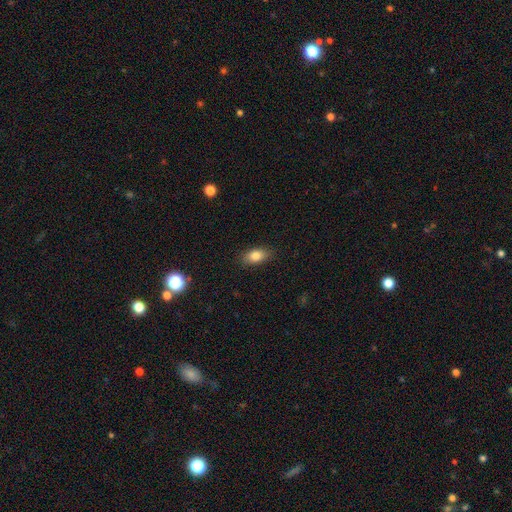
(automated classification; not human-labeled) smooth_or_featured: smooth (p=0.82) [alt: featured or disk p=0.09]
how_rounded: in between (p=0.87) [alt: round p=0.09]
merging: none (p=0.86) [alt: minor disturbance p=0.10]